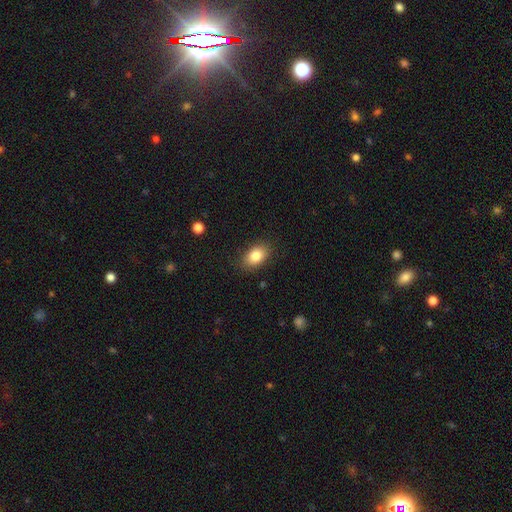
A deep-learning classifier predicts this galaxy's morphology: Smooth or featured: smooth — 84% (featured or disk — 8%)
How rounded: in between — 85% (round — 13%)
Merging: none — 85% (minor disturbance — 11%)